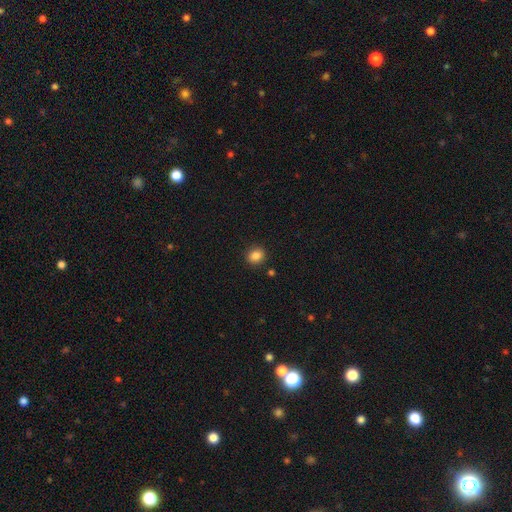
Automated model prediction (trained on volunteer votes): This appears to be a smooth galaxy with no disk features (85%) that is round (74%). Merging: none (89%).